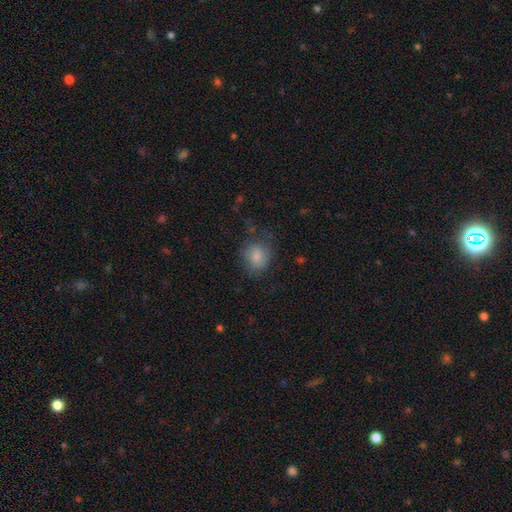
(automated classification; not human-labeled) Smooth or featured? smooth (65%)
How rounded? round (67%)
Merging? none (62%)